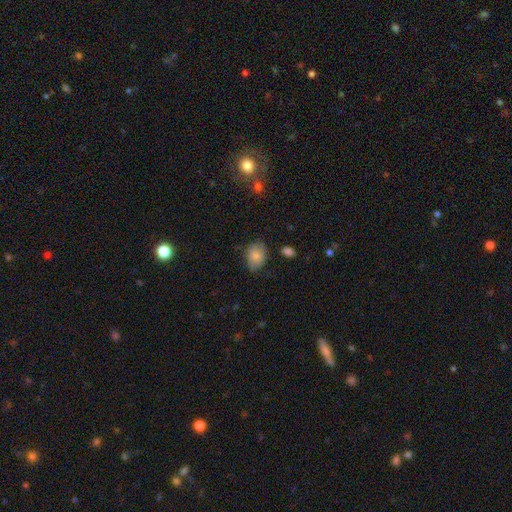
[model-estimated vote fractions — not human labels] Morphology: type=smooth (79%); roundness=in between (69%); merging=none (66%).